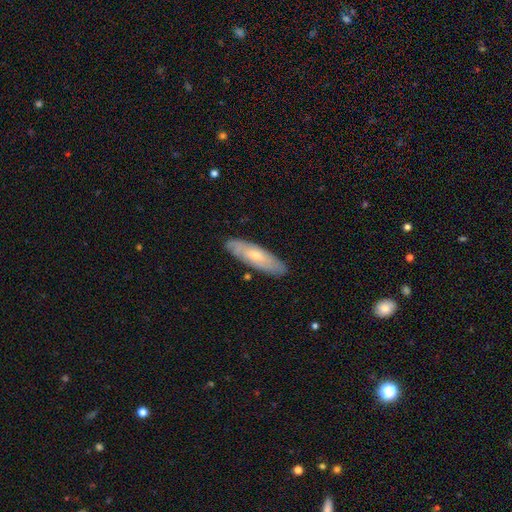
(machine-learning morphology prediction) Smooth or featured: smooth — 48% (featured or disk — 46%)
Merging: none — 83% (minor disturbance — 13%)